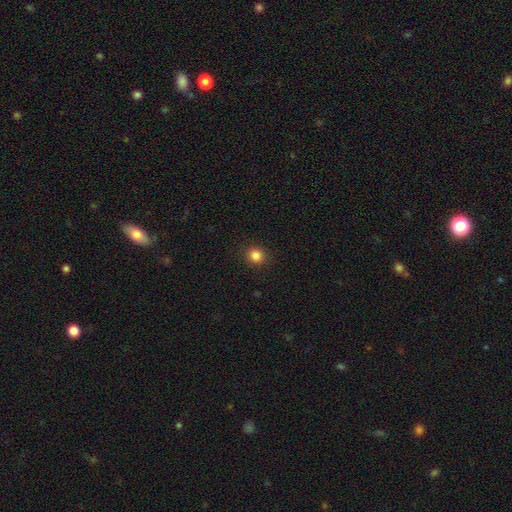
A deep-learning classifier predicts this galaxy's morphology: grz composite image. It shows a smooth galaxy with no disk features (85%) that is round (86%). Merging: none (91%).